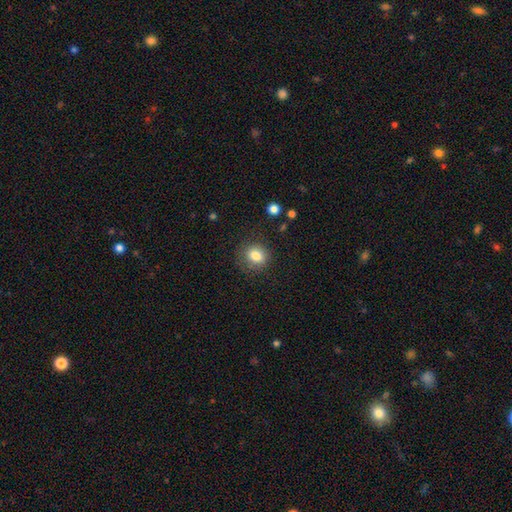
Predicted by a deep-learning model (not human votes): Smooth or featured?
  - smooth: 83% *
  - star or artifact: 10%
  - featured or disk: 7%
How rounded?
  - round: 71% *
  - in between: 29%
  - cigar-shaped: 1%
Merging?
  - none: 82% *
  - minor disturbance: 12%
  - major disturbance: 4%
  - merger: 2%